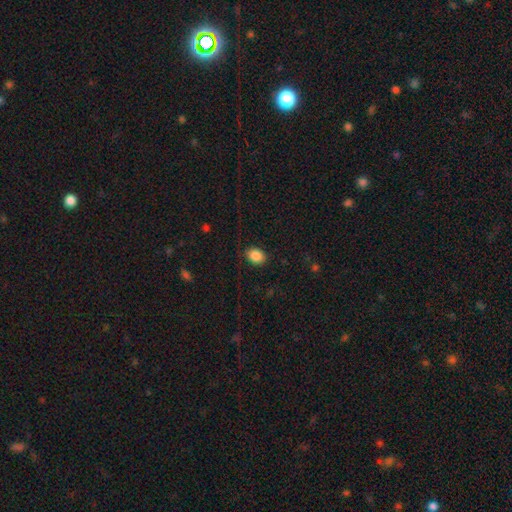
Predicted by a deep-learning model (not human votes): smooth_or_featured: smooth (p=0.87) [alt: star or artifact p=0.09]
how_rounded: in between (p=0.63) [alt: round p=0.36]
merging: none (p=0.85) [alt: minor disturbance p=0.11]